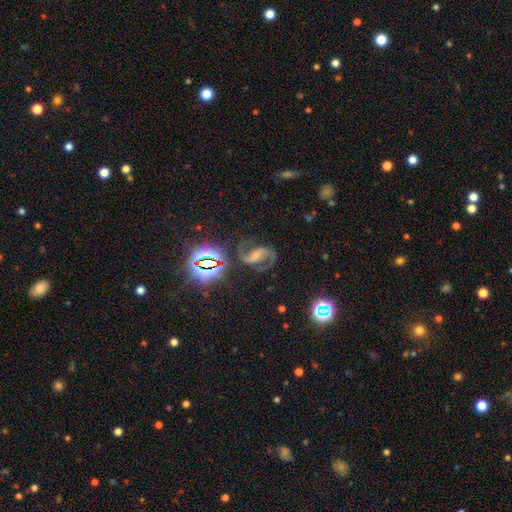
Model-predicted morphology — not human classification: This is clearly a featured or disk galaxy (83%). It is clearly not viewed edge-on (98%). Bar: marginally strong (40%). Spiral arm pattern: clearly yes (97%). Spiral arm count: clearly 2 (93%). Spiral winding: possibly medium (46%). Central bulge: possibly small (49%). Merging: likely none (71%).